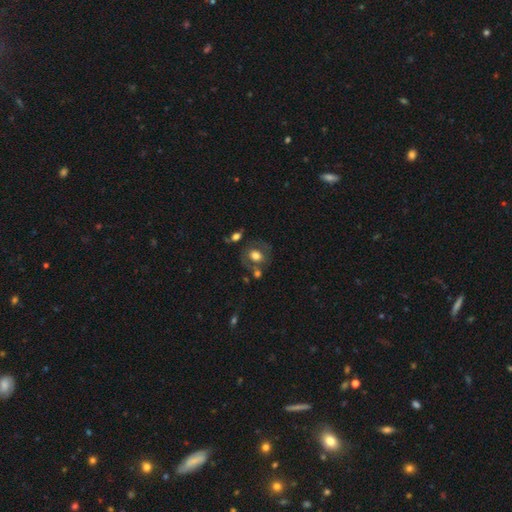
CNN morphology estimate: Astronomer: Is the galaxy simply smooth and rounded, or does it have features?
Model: smooth — 59%.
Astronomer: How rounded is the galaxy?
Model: round — 61% (runner-up: in between, 38%).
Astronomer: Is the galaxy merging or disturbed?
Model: none — 61%.